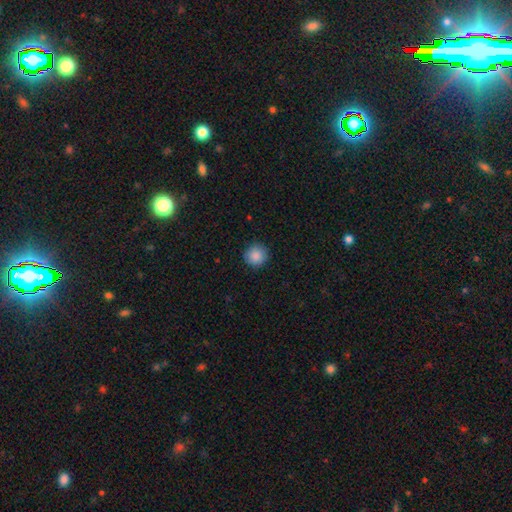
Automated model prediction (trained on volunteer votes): Smooth or featured: smooth — 88% (star or artifact — 9%)
How rounded: round — 93% (in between — 6%)
Merging: none — 90% (minor disturbance — 7%)